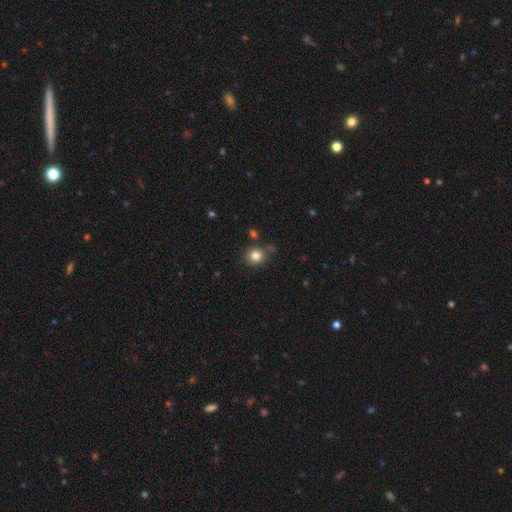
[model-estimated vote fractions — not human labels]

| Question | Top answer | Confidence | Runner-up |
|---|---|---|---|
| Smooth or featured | smooth | 82% | star or artifact (12%) |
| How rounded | round | 84% | in between (15%) |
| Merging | none | 78% | minor disturbance (12%) |